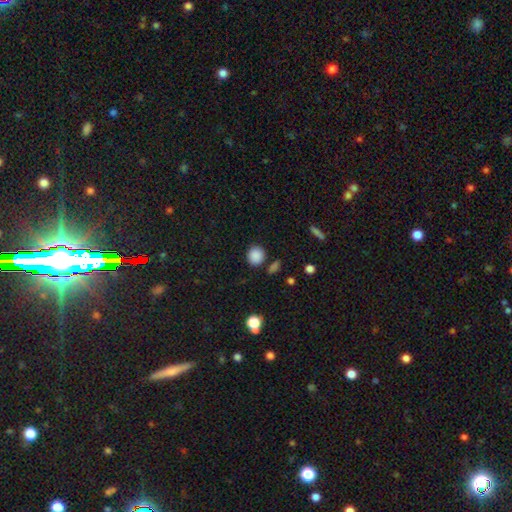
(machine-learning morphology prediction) A smooth galaxy with no disk features (87%) that is round (82%).

Vote fractions:
- Smooth or featured? smooth: 87% / star or artifact: 10% / featured or disk: 4%
- How rounded? round: 82% / in between: 17% / cigar-shaped: 1%
- Merging? none: 82% / minor disturbance: 10% / merger: 5% / major disturbance: 3%